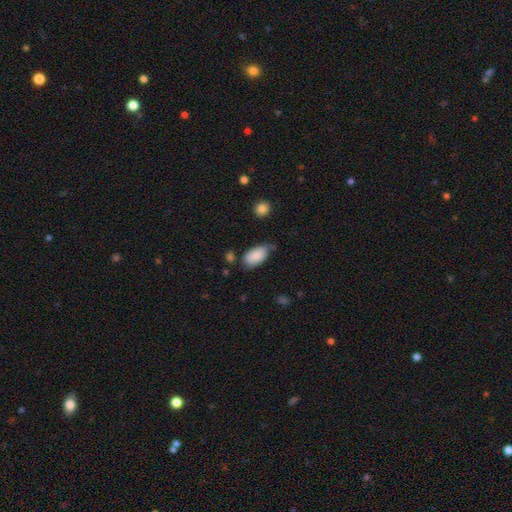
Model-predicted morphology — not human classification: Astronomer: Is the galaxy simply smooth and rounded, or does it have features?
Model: smooth — 85%.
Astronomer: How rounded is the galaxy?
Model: in between — 94%.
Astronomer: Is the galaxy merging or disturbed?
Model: none — 52% (runner-up: minor disturbance, 35%).